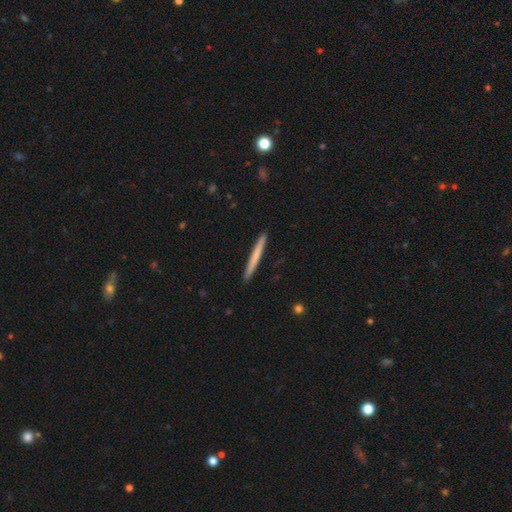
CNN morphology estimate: This appears to be a smooth galaxy with no disk features (64%) that is cigar-shaped (97%). Merging: none (93%).